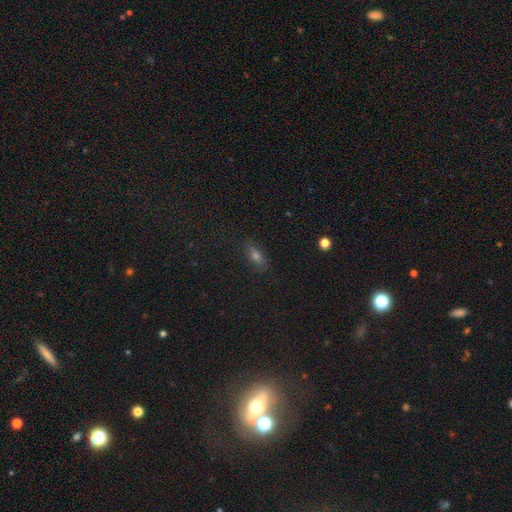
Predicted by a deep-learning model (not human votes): A smooth galaxy with no disk features (62%) that is in between round and cigar-shaped (72%).

Vote fractions:
- Smooth or featured? smooth: 62% / star or artifact: 20% / featured or disk: 19%
- How rounded? in between: 72% / cigar-shaped: 20% / round: 8%
- Merging? none: 85% / minor disturbance: 11% / major disturbance: 3% / merger: 1%